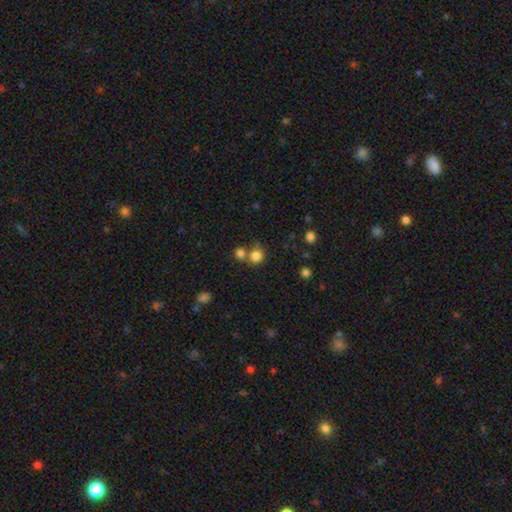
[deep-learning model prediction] smooth 82%, star or artifact 12%, featured or disk 7%. Down the decision tree: how rounded — round (85%); merging — none (53%).